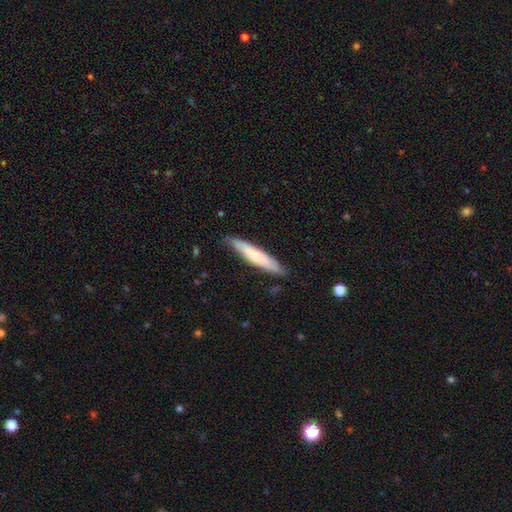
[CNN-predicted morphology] A smooth galaxy with no disk features (64%) that is cigar-shaped (88%).

Vote fractions:
- Smooth or featured? smooth: 64% / featured or disk: 31% / star or artifact: 5%
- How rounded? cigar-shaped: 88% / in between: 10% / round: 1%
- Merging? none: 82% / minor disturbance: 15% / major disturbance: 2% / merger: 1%